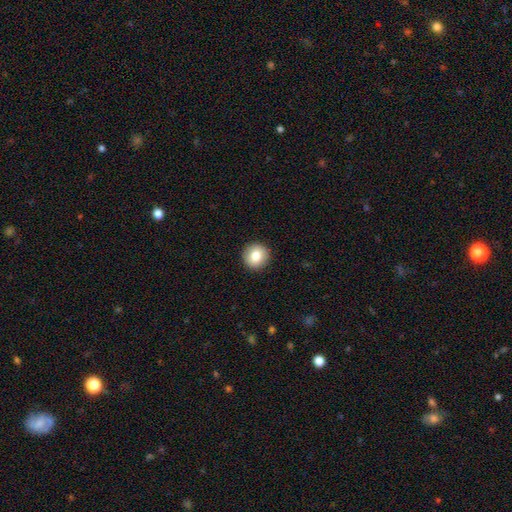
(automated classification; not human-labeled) Smooth or featured?
  - smooth: 82% *
  - featured or disk: 9%
  - star or artifact: 9%
How rounded?
  - round: 95% *
  - in between: 5%
  - cigar-shaped: 1%
Merging?
  - none: 93% *
  - minor disturbance: 5%
  - major disturbance: 1%
  - merger: 1%